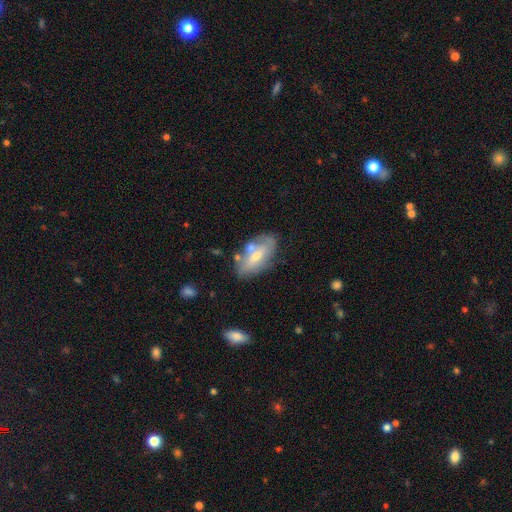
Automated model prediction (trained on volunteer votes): Smooth or featured: featured or disk — 55% (smooth — 38%)
Edge-on disk: no — 82% (yes — 18%)
Merging: none — 63% (minor disturbance — 20%)